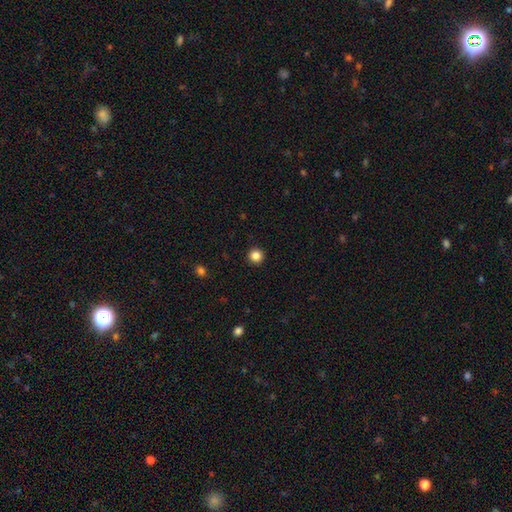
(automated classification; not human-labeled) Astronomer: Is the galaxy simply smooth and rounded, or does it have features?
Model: smooth — 85%.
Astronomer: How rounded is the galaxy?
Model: round — 96%.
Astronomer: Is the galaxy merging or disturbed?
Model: none — 93%.